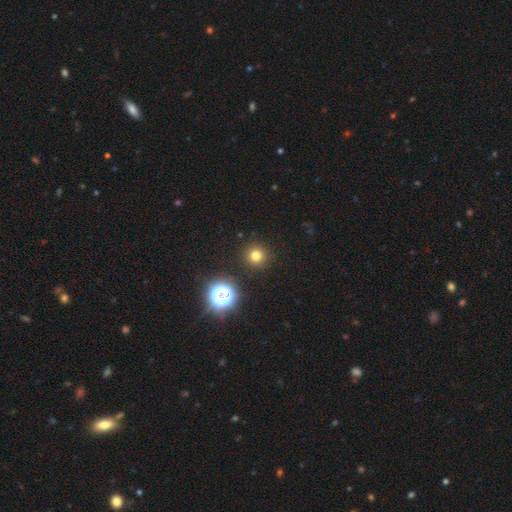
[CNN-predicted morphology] This appears to be a smooth galaxy with no disk features (75%) that is round (96%). Merging: none (92%).